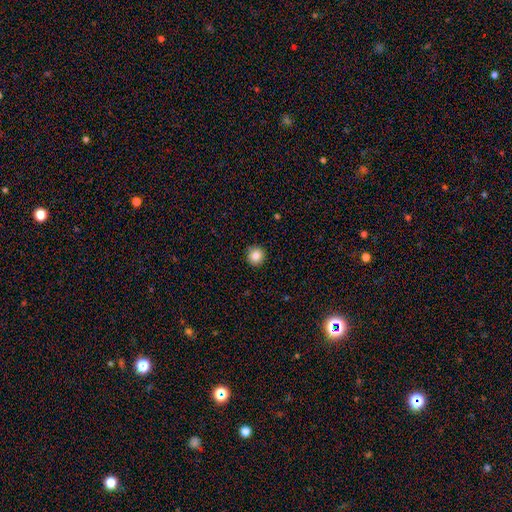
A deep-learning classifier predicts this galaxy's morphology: A smooth galaxy with no disk features (85%) that is round (94%). Merging: none (91%).